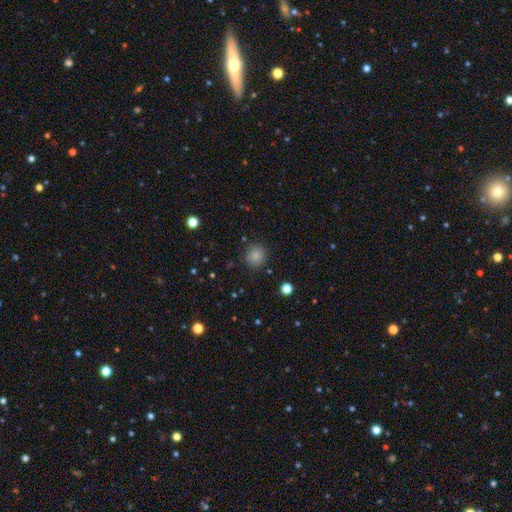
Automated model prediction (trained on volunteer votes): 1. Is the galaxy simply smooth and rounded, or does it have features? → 84% smooth, 12% star or artifact, 5% featured or disk.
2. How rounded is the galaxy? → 90% round, 9% in between, 1% cigar-shaped.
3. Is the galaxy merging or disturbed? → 88% none, 8% minor disturbance, 3% major disturbance, 2% merger.